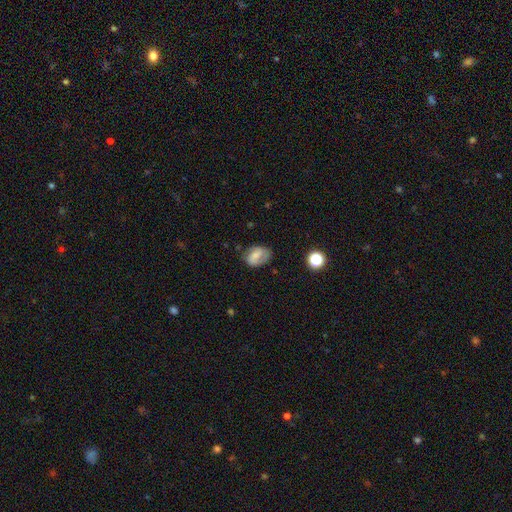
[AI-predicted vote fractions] This appears to be a smooth galaxy with no disk features (50%) that is in between round and cigar-shaped (74%). Merging: none (63%).